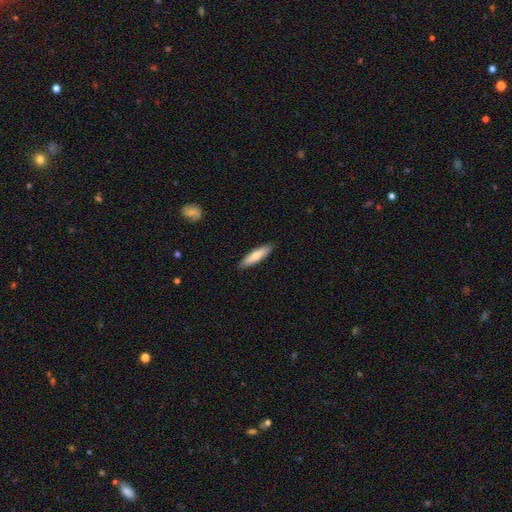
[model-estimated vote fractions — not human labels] This is likely a smooth galaxy (72%). How rounded: likely cigar-shaped (76%). Merging: clearly none (89%).